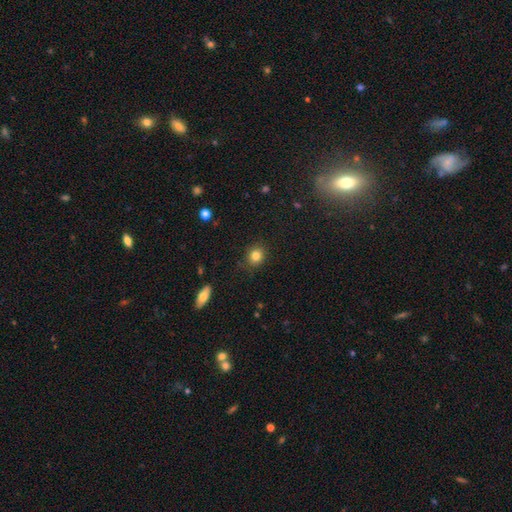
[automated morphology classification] This is clearly a smooth galaxy (83%). How rounded: likely round (78%). Merging: clearly none (86%).